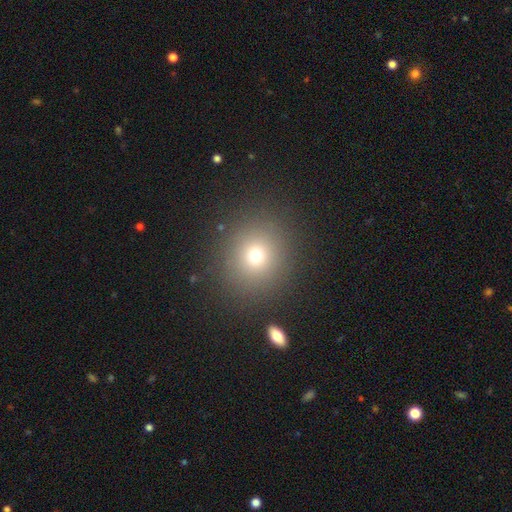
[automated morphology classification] A smooth galaxy with no disk features (70%) that is round (85%). Merging: none (87%).